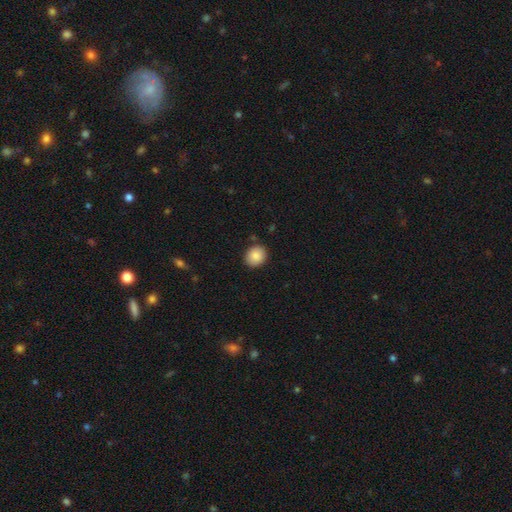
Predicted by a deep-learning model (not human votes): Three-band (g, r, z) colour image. It shows a smooth galaxy with no disk features (87%) that is round (65%). Merging: none (87%).